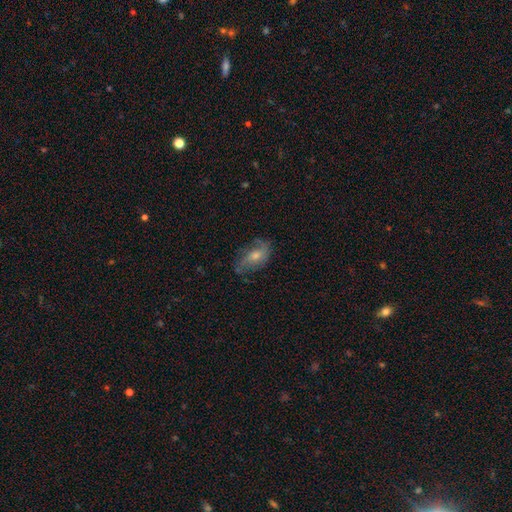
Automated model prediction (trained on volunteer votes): The model was most divided on "smooth or featured": featured or disk: 52%, smooth: 40%, star or artifact: 8%. More confident: edge-on disk — no (93%); merging — none (57%).